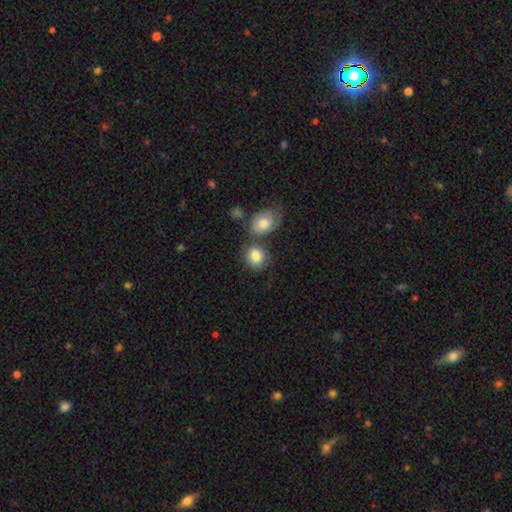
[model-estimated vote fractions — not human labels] This appears to be a smooth galaxy with no disk features (82%) that is round (66%). Merging: none (54%).